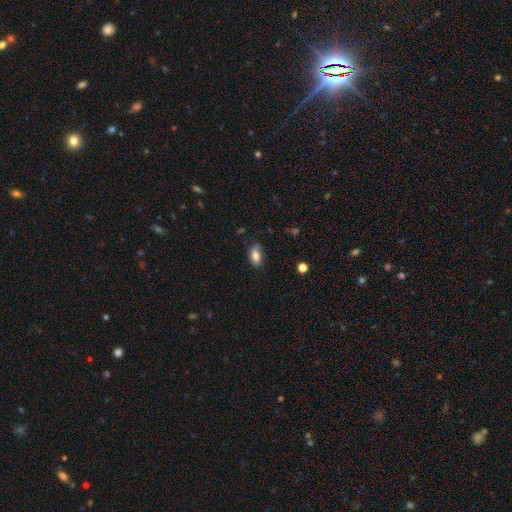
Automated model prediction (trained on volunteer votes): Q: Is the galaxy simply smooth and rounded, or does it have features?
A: smooth — 80%.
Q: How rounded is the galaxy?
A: in between — 89%.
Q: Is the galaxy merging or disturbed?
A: none — 76%.